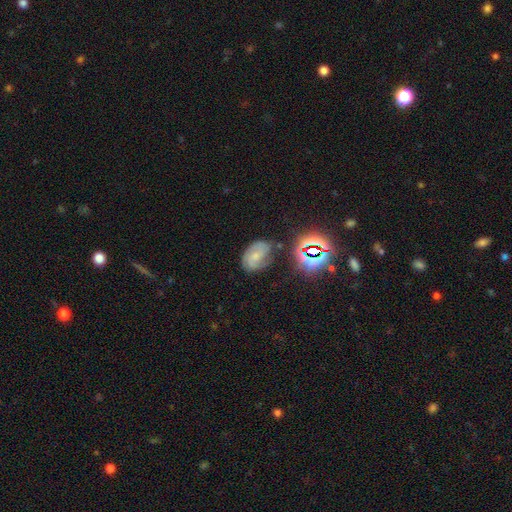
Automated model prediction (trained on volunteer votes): Smooth or featured: featured or disk — 50% (smooth — 31%)
Merging: none — 60% (minor disturbance — 25%)